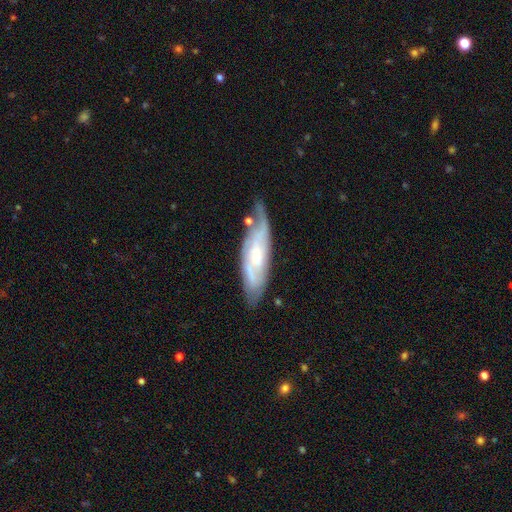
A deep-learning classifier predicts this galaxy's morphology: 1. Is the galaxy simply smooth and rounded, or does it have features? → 72% featured or disk, 22% smooth, 6% star or artifact.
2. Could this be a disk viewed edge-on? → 75% no, 25% yes.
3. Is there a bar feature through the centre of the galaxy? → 57% no, 34% weak, 9% strong.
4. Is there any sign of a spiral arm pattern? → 85% yes, 15% no.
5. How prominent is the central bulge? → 52% small, 37% moderate, 6% none, 4% large, 1% dominant.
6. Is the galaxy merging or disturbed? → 55% none, 28% minor disturbance, 11% major disturbance, 5% merger.